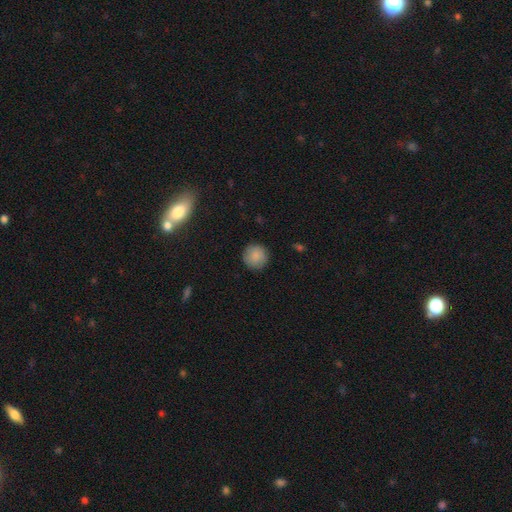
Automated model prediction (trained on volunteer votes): Smooth or featured: smooth — 86% (star or artifact — 8%)
How rounded: round — 95% (in between — 4%)
Merging: none — 88% (minor disturbance — 8%)